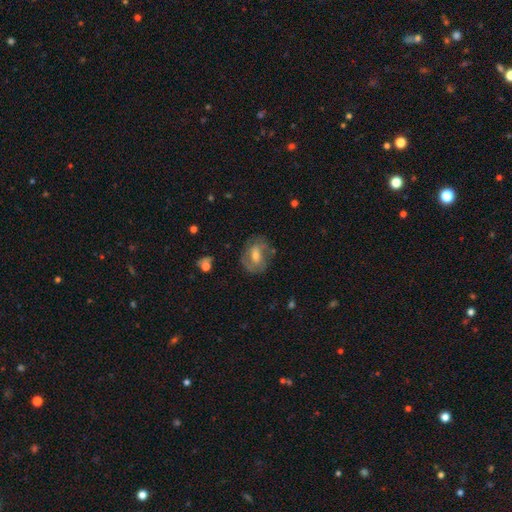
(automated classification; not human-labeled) This appears to be a featured or disk galaxy (56%) with a weak bar (43%), spiral arms (61%) and a moderate central bulge (59%). Merging: none (69%).